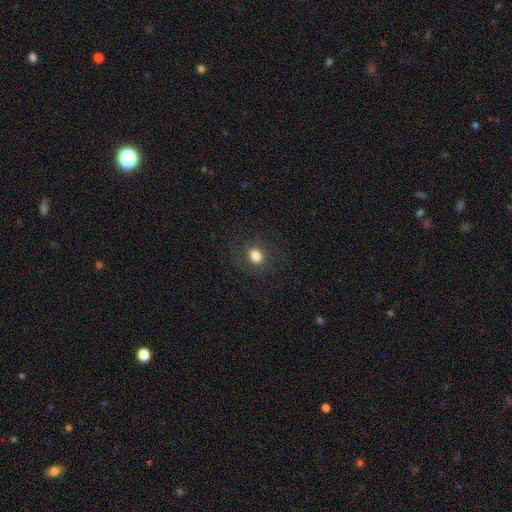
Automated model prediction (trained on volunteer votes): A smooth galaxy with no disk features (81%) that is round (70%). Merging: none (86%).